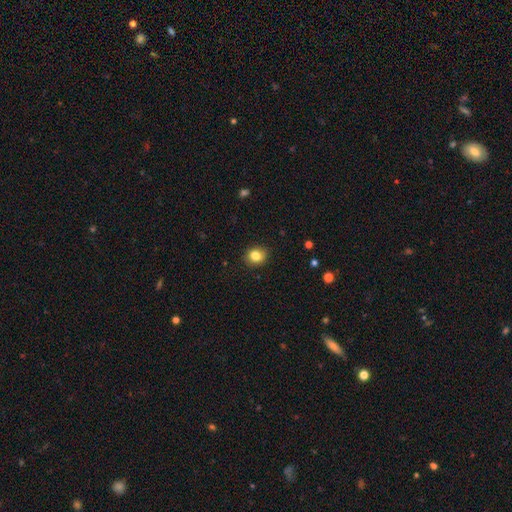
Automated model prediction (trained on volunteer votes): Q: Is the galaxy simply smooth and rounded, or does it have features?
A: smooth — 83%.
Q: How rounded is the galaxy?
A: round — 71%.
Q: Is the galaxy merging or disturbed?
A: none — 88%.